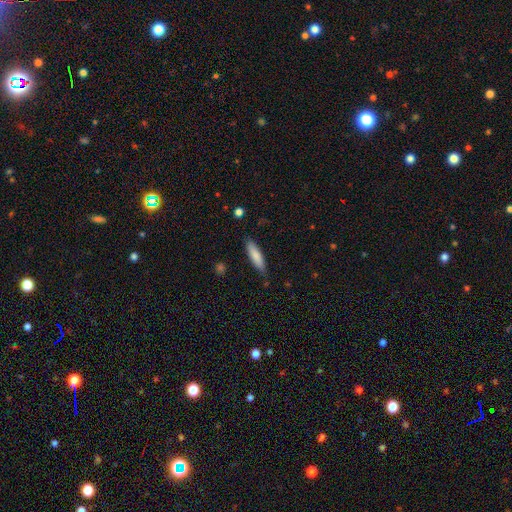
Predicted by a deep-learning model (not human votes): smooth 83%, featured or disk 11%, star or artifact 6%. Down the decision tree: how rounded — cigar-shaped (67%); merging — none (82%).